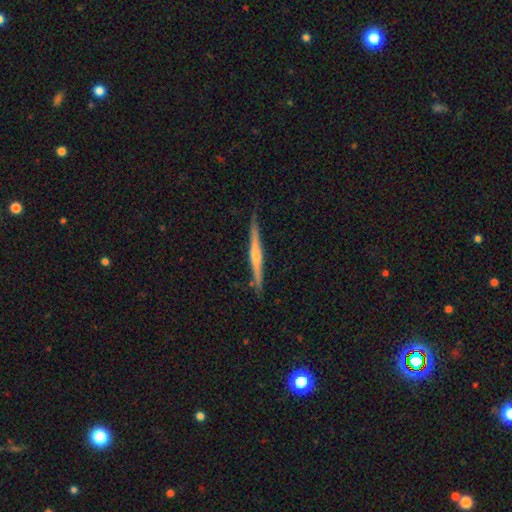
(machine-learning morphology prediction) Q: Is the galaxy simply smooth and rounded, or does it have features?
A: featured or disk — 74%.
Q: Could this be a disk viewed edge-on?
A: yes — 98%.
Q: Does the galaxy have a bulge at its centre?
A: rounded — 78%.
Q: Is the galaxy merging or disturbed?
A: none — 87%.